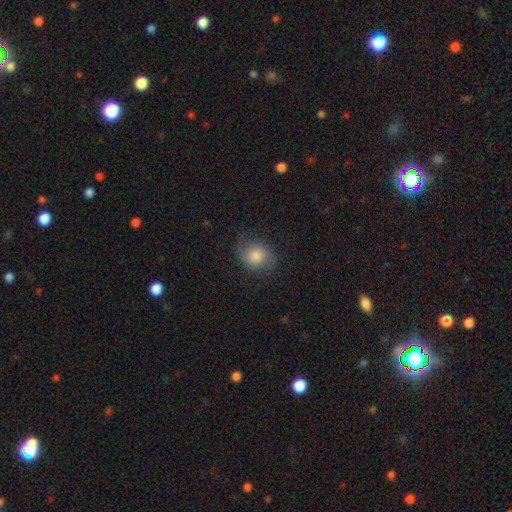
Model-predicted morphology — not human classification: smooth-or-featured: smooth: 54% | featured or disk: 35% | star or artifact: 11%
  how-rounded: round: 60% | in between: 39% | cigar-shaped: 1%
  merging: none: 72% | minor disturbance: 19% | major disturbance: 8% | merger: 1%